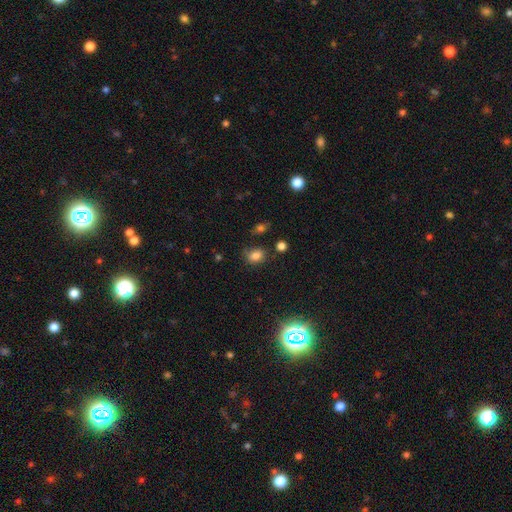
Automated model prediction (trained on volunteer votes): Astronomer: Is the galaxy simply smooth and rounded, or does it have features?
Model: smooth — 79%.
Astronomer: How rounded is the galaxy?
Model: in between — 55% (runner-up: round, 43%).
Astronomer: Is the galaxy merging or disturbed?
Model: none — 68%.